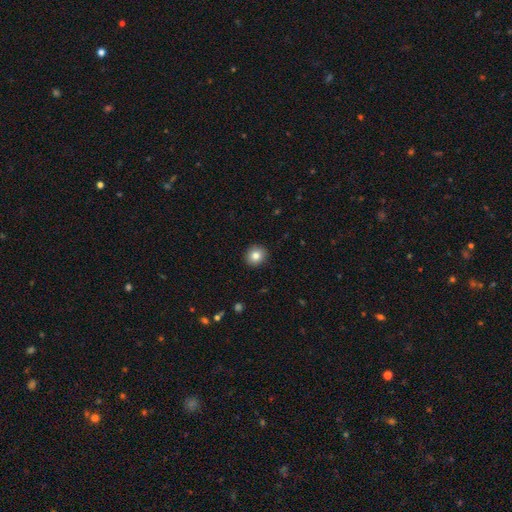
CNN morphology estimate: Q: Smooth or featured?
A: smooth (83%); runner-up: star or artifact (10%)
Q: How rounded?
A: round (87%); runner-up: in between (12%)
Q: Merging?
A: none (92%); runner-up: minor disturbance (6%)